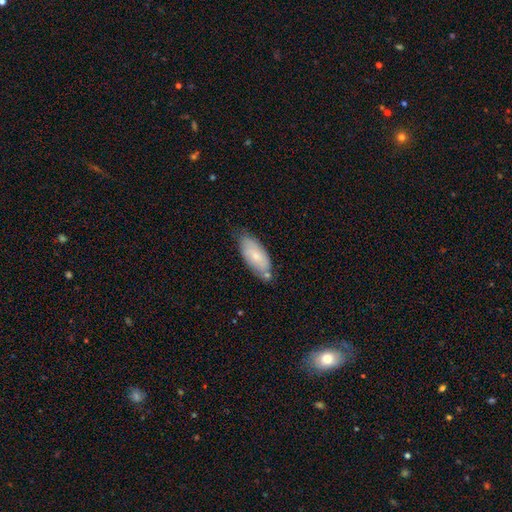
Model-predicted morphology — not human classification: Smooth or featured: smooth — 67% (featured or disk — 27%)
How rounded: in between — 85% (cigar-shaped — 13%)
Merging: none — 63% (minor disturbance — 24%)